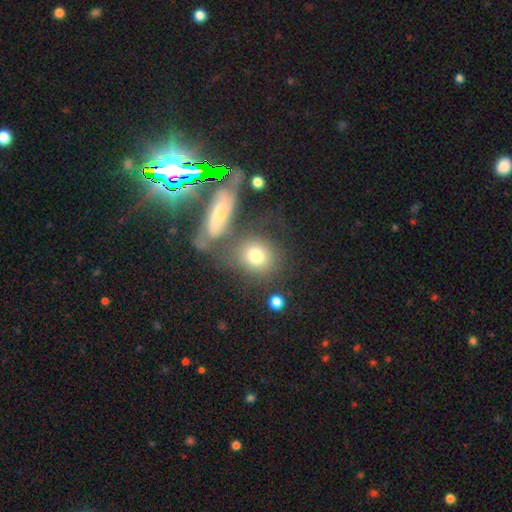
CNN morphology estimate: type=smooth (65%); roundness=round (71%); merging=none (57%).